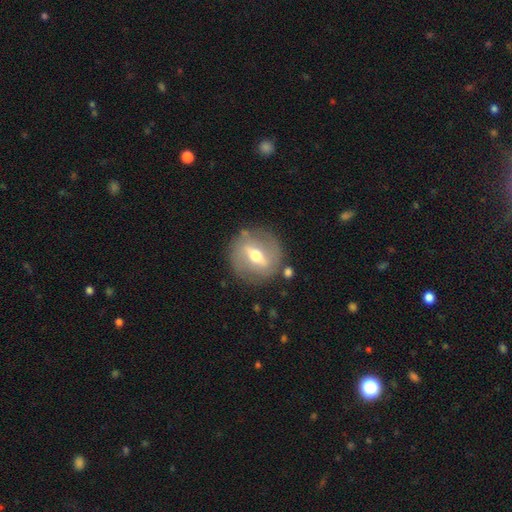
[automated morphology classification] Smooth or featured?
  - featured or disk: 66% *
  - smooth: 27%
  - star or artifact: 7%
Edge-on disk?
  - no: 77% *
  - yes: 23%
Bar?
  - strong: 56% *
  - weak: 32%
  - no: 11%
Spiral arms?
  - no: 68% *
  - yes: 32%
Bulge size?
  - moderate: 73% *
  - small: 13%
  - large: 11%
  - dominant: 1%
  - none: 1%
Merging?
  - none: 81% *
  - minor disturbance: 11%
  - major disturbance: 5%
  - merger: 3%